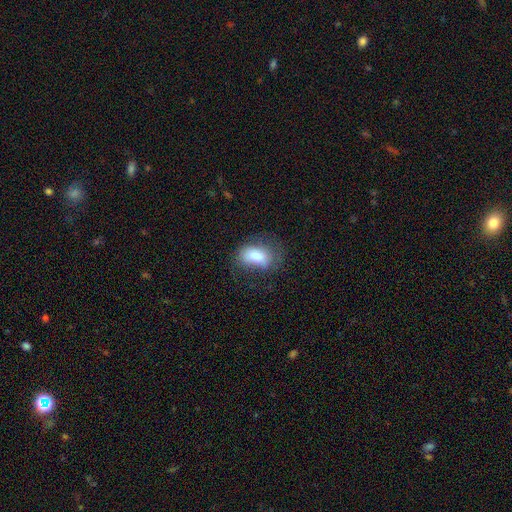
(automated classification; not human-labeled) smooth_or_featured: smooth (p=0.75) [alt: featured or disk p=0.16]
how_rounded: in between (p=0.87) [alt: round p=0.11]
merging: none (p=0.54) [alt: minor disturbance p=0.27]